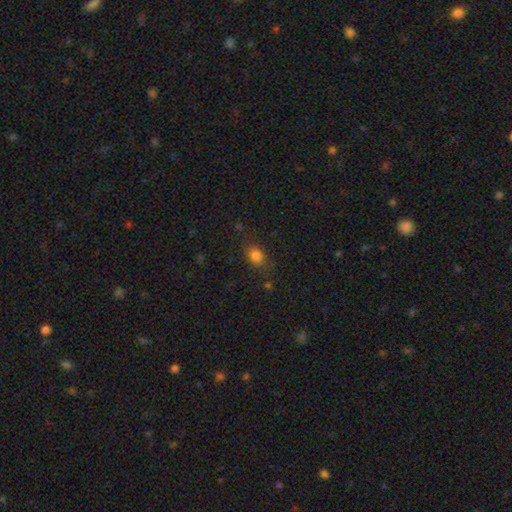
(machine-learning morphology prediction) This is clearly a smooth galaxy (81%). How rounded: likely in between (66%). Merging: likely none (76%).